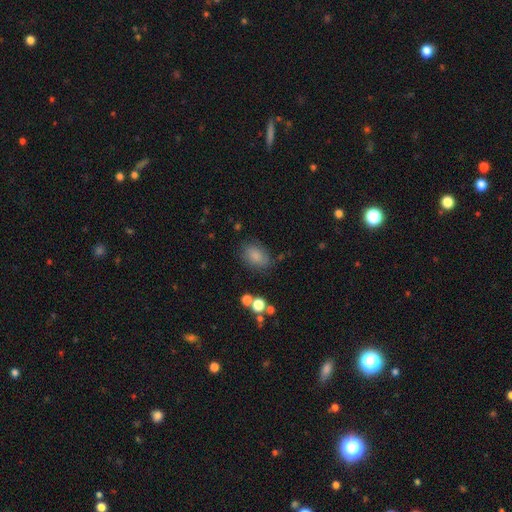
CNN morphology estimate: Smooth or featured: smooth — 81% (featured or disk — 10%)
How rounded: in between — 84% (round — 14%)
Merging: none — 74% (minor disturbance — 17%)